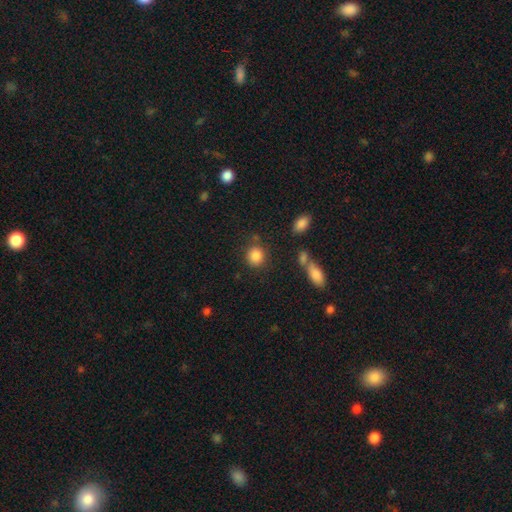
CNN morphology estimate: Smooth or featured: smooth — 86% (star or artifact — 9%)
How rounded: round — 78% (in between — 21%)
Merging: none — 78% (minor disturbance — 11%)